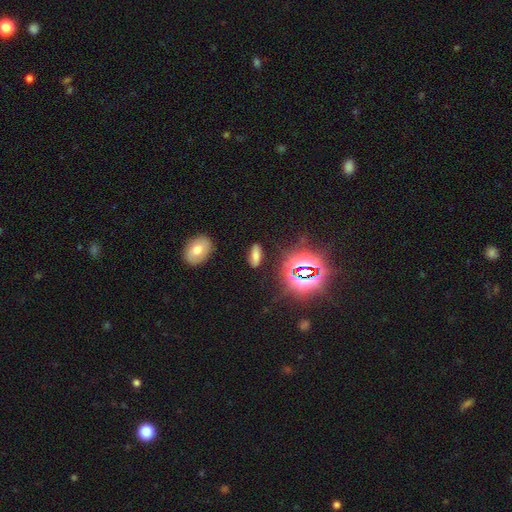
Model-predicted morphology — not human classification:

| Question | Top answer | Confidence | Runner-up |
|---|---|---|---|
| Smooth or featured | smooth | 61% | star or artifact (24%) |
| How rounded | in between | 69% | cigar-shaped (25%) |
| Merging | none | 85% | minor disturbance (10%) |